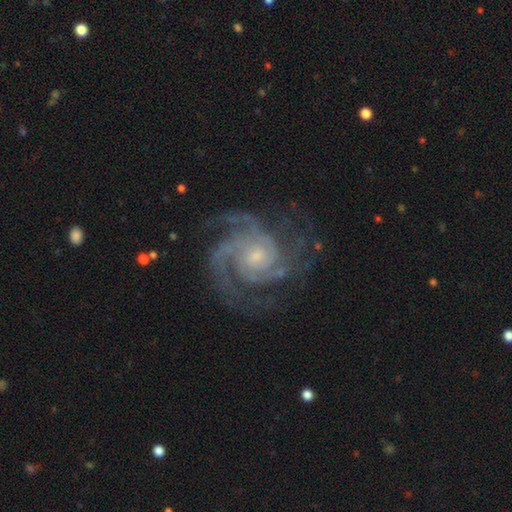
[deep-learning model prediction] The model was most divided on "spiral arm count": 3: 40%, 2: 18%, 4: 17%, can't tell: 12%, more than 4: 7%, 1: 7%. More confident: spiral arms — yes (98%); edge-on disk — no (98%); smooth or featured — featured or disk (93%); merging — none (72%); bar — no (69%); spiral winding — tight (60%); bulge size — small (56%).